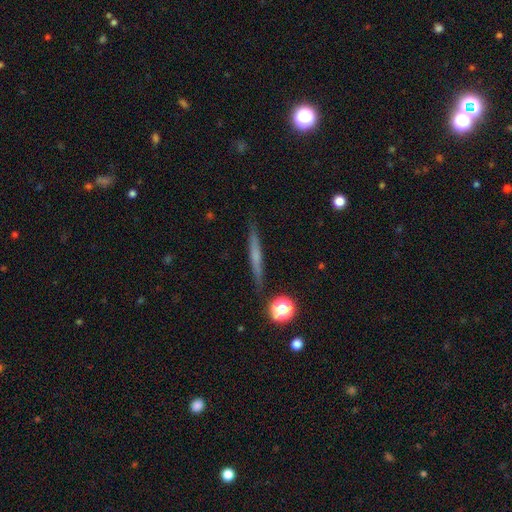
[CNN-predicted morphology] This is possibly a featured or disk galaxy (47%). Merging: clearly none (89%).